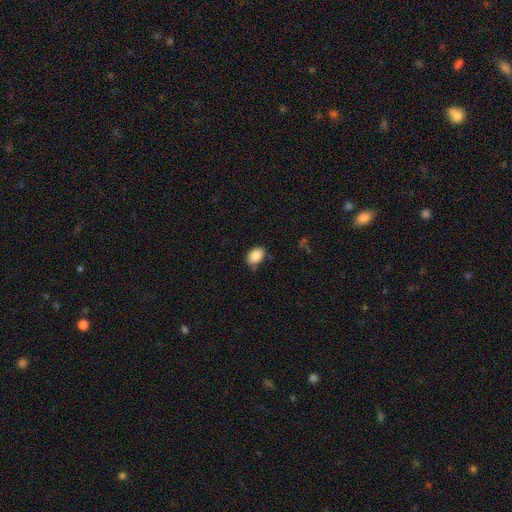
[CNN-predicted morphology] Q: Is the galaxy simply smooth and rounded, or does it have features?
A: smooth — 88%.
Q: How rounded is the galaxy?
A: in between — 83%.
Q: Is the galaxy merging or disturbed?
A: none — 72%.